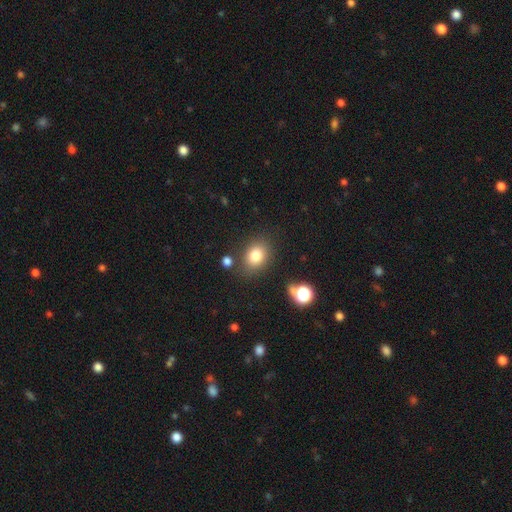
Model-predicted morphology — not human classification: A smooth galaxy with no disk features (80%) that is in between round and cigar-shaped (59%). Merging: none (78%).